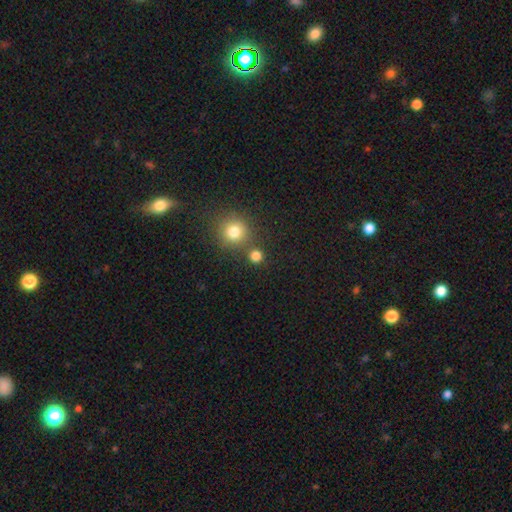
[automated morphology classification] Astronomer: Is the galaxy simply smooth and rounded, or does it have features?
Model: smooth — 79%.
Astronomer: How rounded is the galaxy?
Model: round — 91%.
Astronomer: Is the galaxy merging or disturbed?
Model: none — 76%.